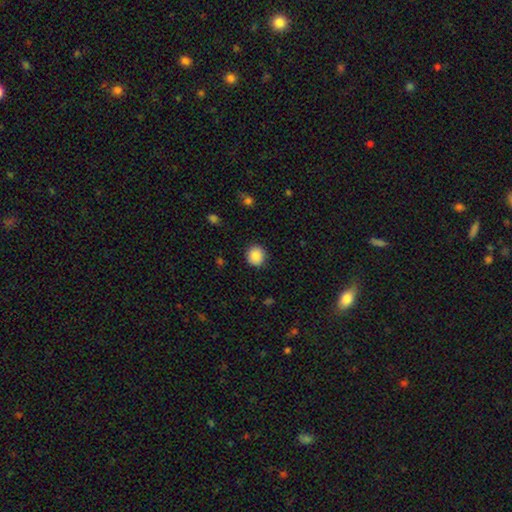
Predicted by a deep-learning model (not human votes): Q: Smooth or featured?
A: smooth (88%); runner-up: star or artifact (9%)
Q: How rounded?
A: round (91%); runner-up: in between (8%)
Q: Merging?
A: none (90%); runner-up: minor disturbance (6%)